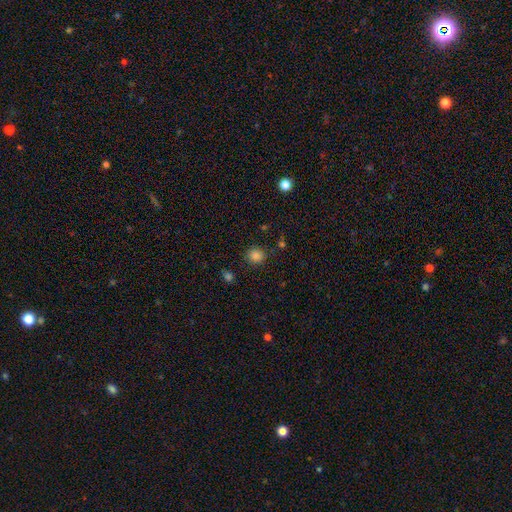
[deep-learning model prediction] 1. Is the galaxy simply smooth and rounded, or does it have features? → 83% smooth, 13% star or artifact, 4% featured or disk.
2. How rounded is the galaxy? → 83% round, 16% in between, 1% cigar-shaped.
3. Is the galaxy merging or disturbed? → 86% none, 9% minor disturbance, 3% major disturbance, 2% merger.